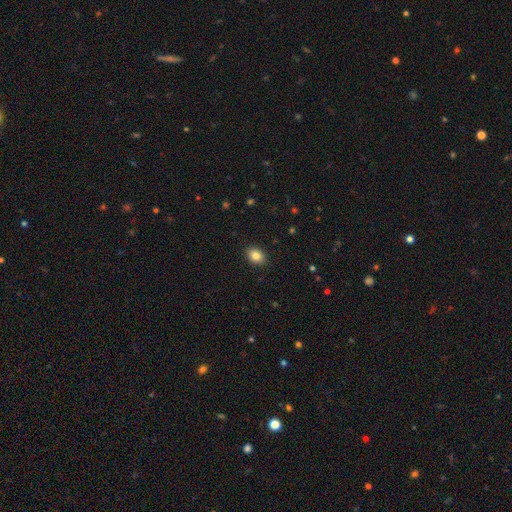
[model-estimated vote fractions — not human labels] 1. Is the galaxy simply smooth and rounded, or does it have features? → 84% smooth, 9% star or artifact, 7% featured or disk.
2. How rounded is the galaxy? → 72% in between, 27% round, 1% cigar-shaped.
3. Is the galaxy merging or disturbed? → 90% none, 8% minor disturbance, 2% major disturbance, 1% merger.